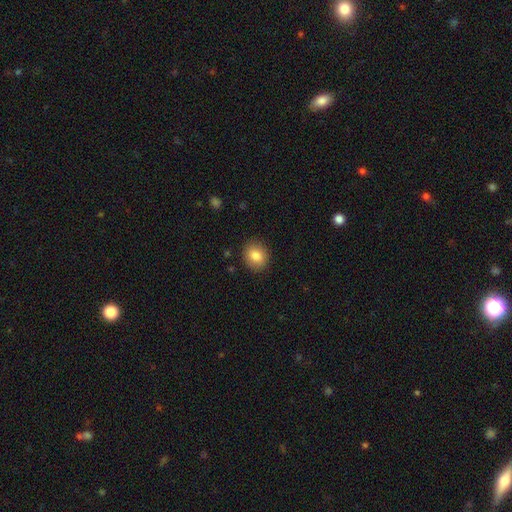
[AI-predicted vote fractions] smooth_or_featured: smooth (p=0.84) [alt: star or artifact p=0.09]
how_rounded: round (p=0.67) [alt: in between p=0.32]
merging: none (p=0.88) [alt: minor disturbance p=0.08]